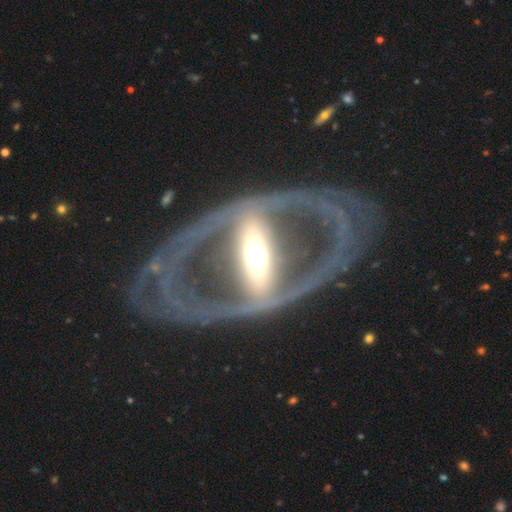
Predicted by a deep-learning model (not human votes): This is clearly a featured or disk galaxy (86%). It is clearly not viewed edge-on (81%). Bar: likely strong (75%). Spiral arm pattern: likely yes (62%). Central bulge: possibly moderate (52%). Merging: likely none (61%).